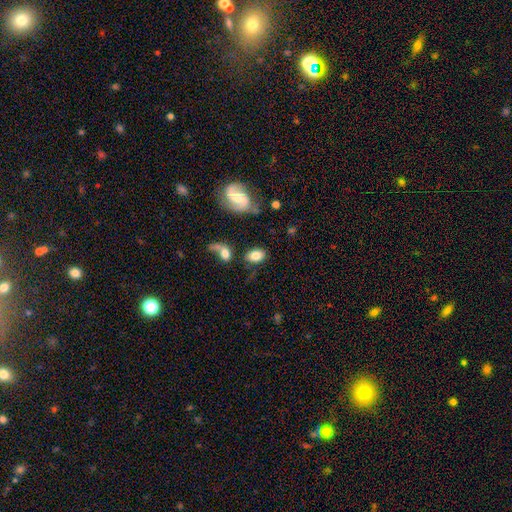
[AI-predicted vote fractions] Morphology: type=smooth (76%); roundness=in between (85%); merging=none (69%).